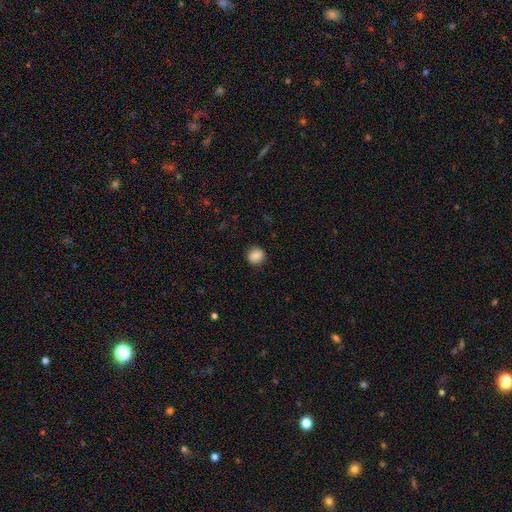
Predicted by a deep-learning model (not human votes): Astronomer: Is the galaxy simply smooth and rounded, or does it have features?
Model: smooth — 87%.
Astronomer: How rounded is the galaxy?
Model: round — 88%.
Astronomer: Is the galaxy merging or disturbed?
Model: none — 89%.